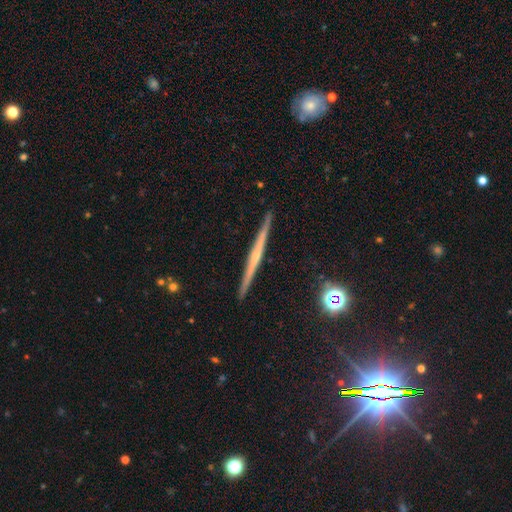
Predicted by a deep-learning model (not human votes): The model was most divided on "edge-on bulge": none: 55%, rounded: 38%, boxy: 7%. More confident: edge-on disk — yes (98%); merging — none (92%); smooth or featured — featured or disk (70%).